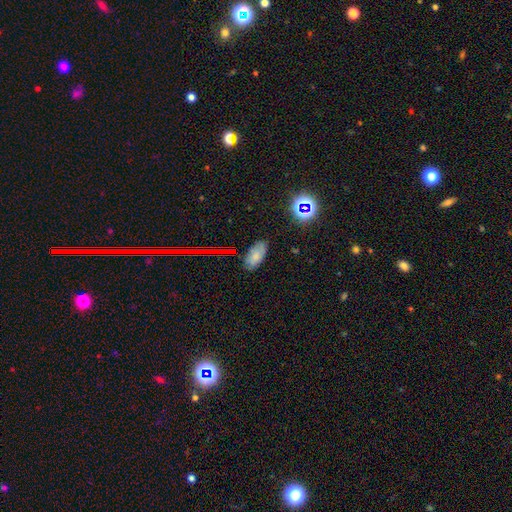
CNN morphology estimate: This is likely a smooth galaxy (73%). How rounded: clearly in between (92%). Merging: likely none (78%).